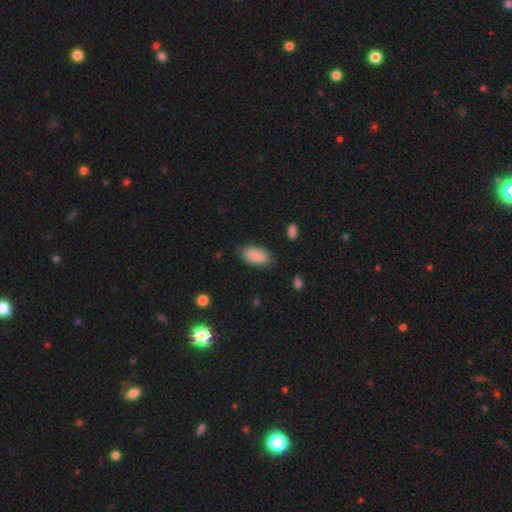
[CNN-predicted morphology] A smooth galaxy with no disk features (89%) that is in between round and cigar-shaped (94%). Merging: none (83%).